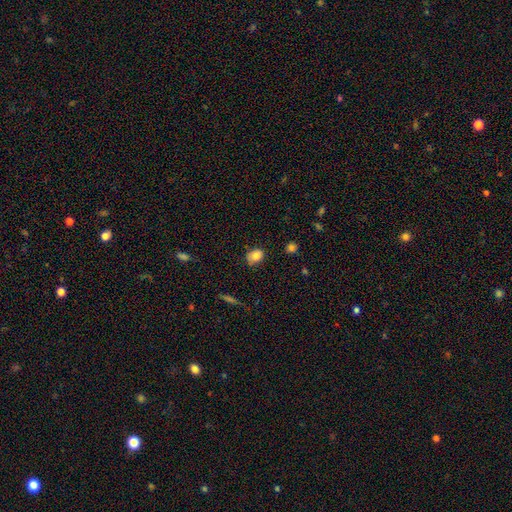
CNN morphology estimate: This appears to be a smooth galaxy with no disk features (81%) that is in between round and cigar-shaped (56%). Merging: none (73%).